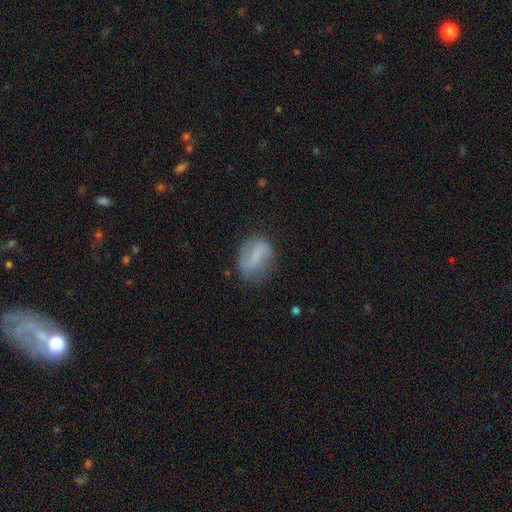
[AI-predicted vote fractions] Smooth or featured: smooth — 47% (featured or disk — 44%)
Merging: none — 66% (minor disturbance — 23%)